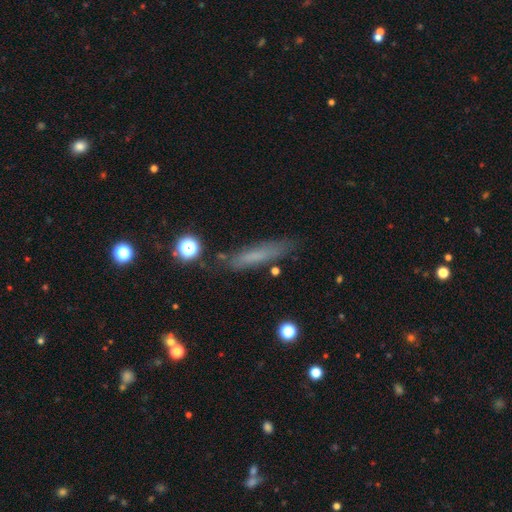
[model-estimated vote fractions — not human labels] This is likely a smooth galaxy (64%). How rounded: clearly cigar-shaped (86%). Merging: likely none (79%).